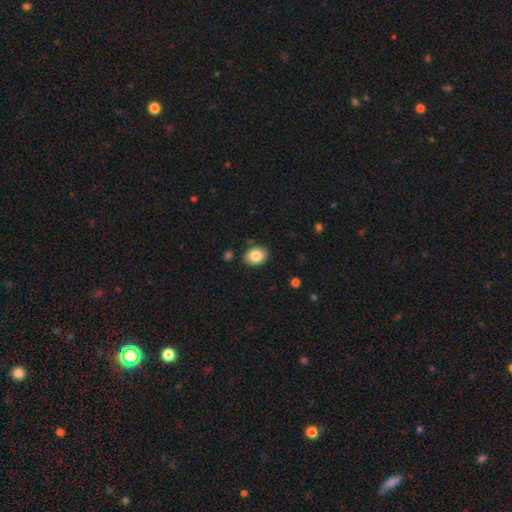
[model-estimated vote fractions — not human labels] Overall: smooth (86%). How rounded: in between (63%; round 37%). Merging: none (86%).